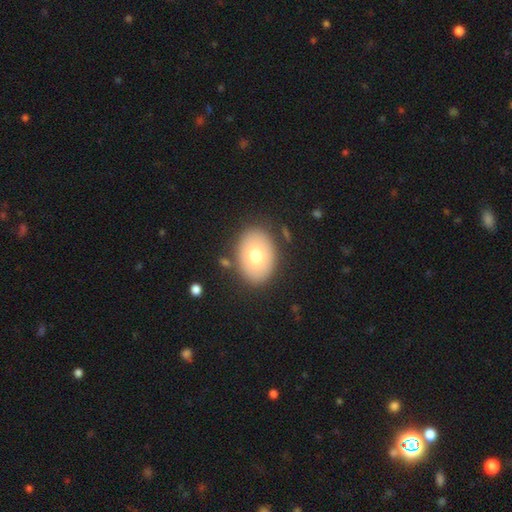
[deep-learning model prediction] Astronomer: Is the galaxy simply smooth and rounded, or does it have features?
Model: smooth — 73%.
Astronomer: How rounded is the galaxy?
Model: in between — 78%.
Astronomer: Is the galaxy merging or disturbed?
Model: none — 82%.